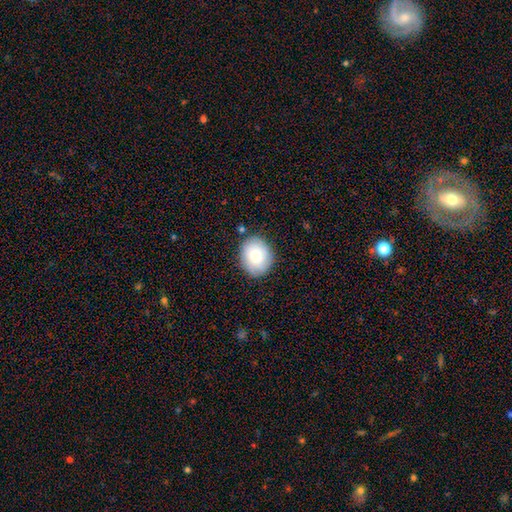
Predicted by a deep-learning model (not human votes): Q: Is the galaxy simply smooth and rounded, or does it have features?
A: smooth — 78%.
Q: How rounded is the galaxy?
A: round — 60%.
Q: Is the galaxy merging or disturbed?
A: none — 83%.